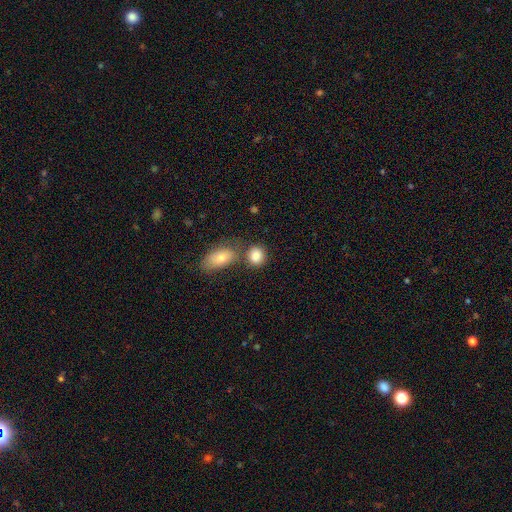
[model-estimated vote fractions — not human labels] smooth-or-featured: smooth: 84% | star or artifact: 9% | featured or disk: 7%
  how-rounded: round: 65% | in between: 33% | cigar-shaped: 2%
  merging: none: 61% | merger: 25% | minor disturbance: 11% | major disturbance: 4%